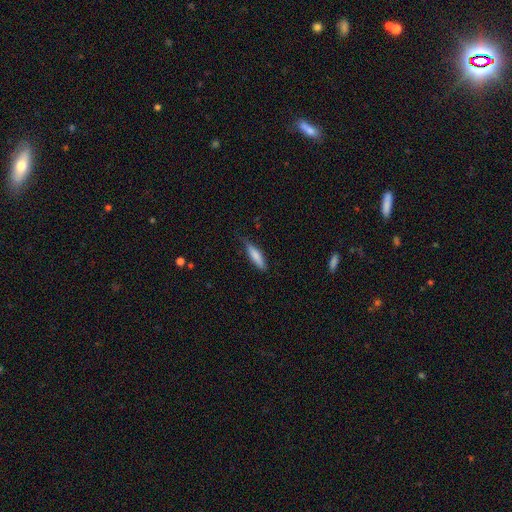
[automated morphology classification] Smooth or featured? smooth (79%)
How rounded? cigar-shaped (73%)
Merging? none (71%)